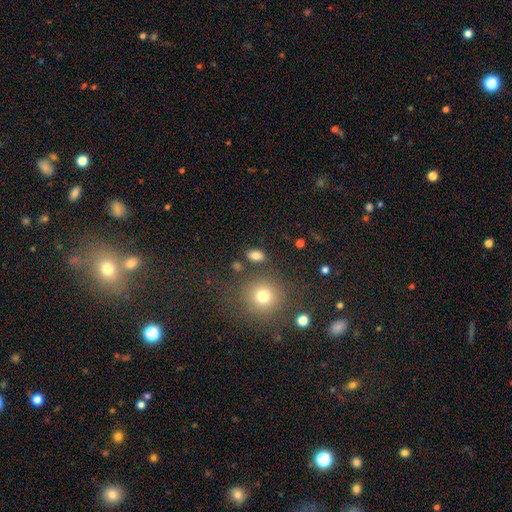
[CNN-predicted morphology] Smooth or featured: smooth — 80% (star or artifact — 13%)
How rounded: in between — 78% (round — 20%)
Merging: none — 80% (minor disturbance — 10%)